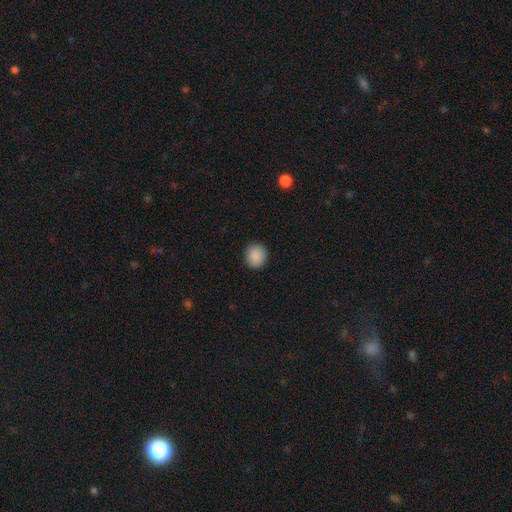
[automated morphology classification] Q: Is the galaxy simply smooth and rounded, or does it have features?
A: smooth — 89%.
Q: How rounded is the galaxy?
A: round — 87%.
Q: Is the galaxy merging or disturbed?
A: none — 90%.